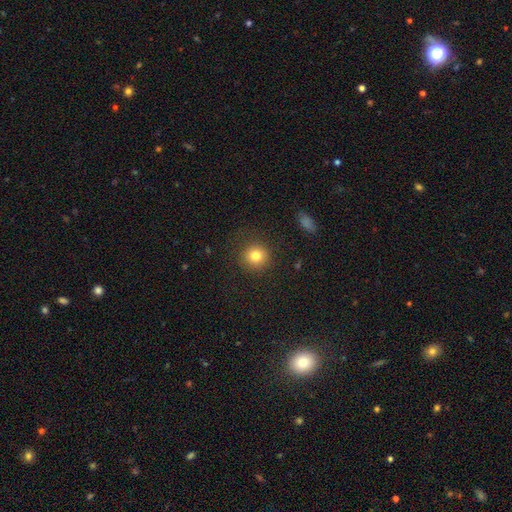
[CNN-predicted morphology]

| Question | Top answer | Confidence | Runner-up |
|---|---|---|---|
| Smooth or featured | smooth | 81% | star or artifact (12%) |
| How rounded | round | 93% | in between (6%) |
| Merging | none | 88% | minor disturbance (7%) |